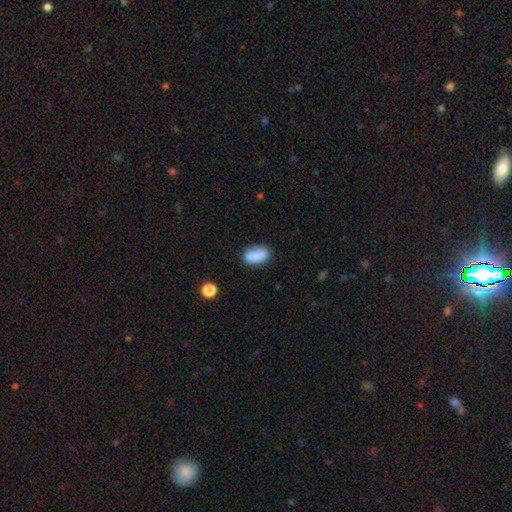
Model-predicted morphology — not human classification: A smooth galaxy with no disk features (80%) that is in between round and cigar-shaped (84%). Merging: none (65%).